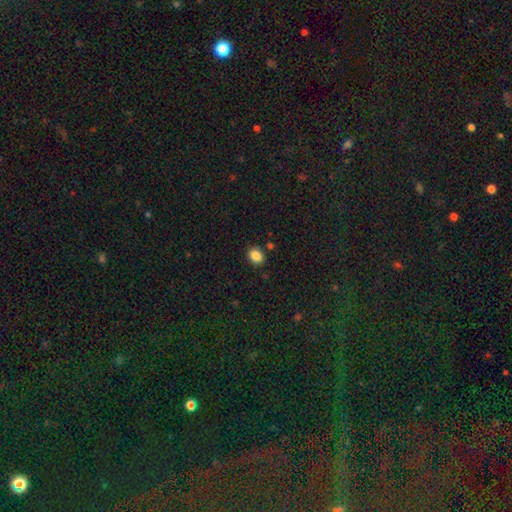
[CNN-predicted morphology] Smooth or featured? Predicted: smooth (p=0.86). How rounded? Predicted: in between (p=0.52). Merging? Predicted: none (p=0.87).